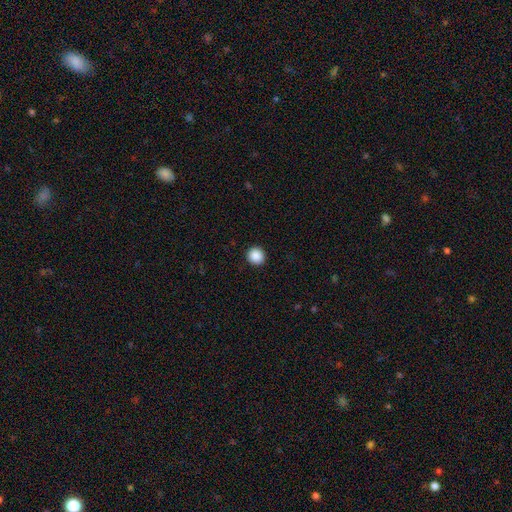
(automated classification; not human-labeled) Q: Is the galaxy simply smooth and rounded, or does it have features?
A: smooth — 89%.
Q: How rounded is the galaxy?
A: round — 94%.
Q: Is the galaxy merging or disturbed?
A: none — 93%.